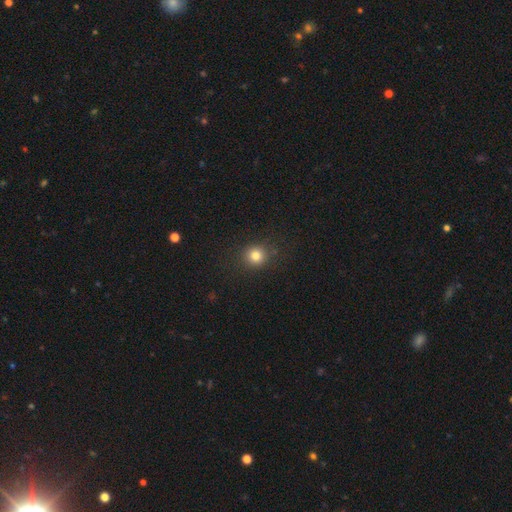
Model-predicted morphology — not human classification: Smooth or featured: smooth — 81% (star or artifact — 13%)
How rounded: round — 89% (in between — 10%)
Merging: none — 87% (minor disturbance — 9%)